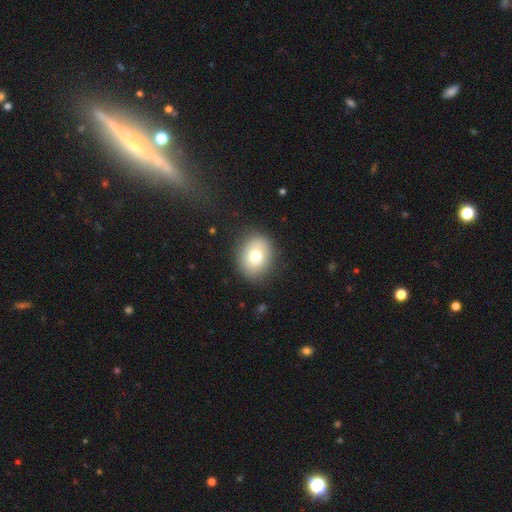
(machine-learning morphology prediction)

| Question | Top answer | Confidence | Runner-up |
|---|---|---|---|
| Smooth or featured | smooth | 75% | featured or disk (15%) |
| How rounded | round | 60% | in between (39%) |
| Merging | none | 86% | minor disturbance (9%) |